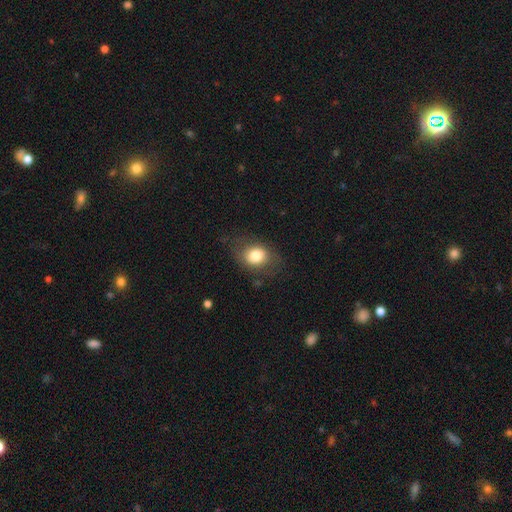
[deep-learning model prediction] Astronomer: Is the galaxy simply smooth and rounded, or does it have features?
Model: smooth — 76%.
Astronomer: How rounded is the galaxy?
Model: in between — 56% (runner-up: round, 43%).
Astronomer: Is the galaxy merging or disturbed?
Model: none — 71%.